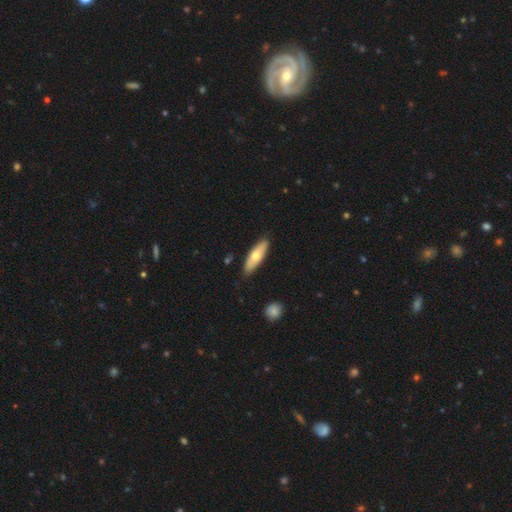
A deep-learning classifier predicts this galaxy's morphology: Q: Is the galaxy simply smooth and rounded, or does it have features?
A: smooth — 64%.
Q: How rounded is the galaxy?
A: in between — 54%.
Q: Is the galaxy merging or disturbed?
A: none — 85%.